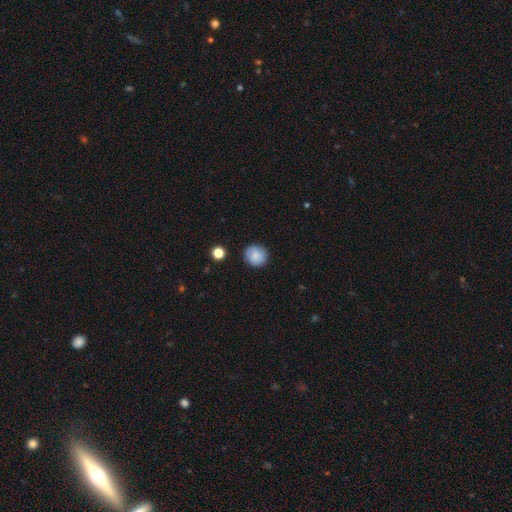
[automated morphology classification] Smooth or featured?
  - smooth: 81% *
  - featured or disk: 11%
  - star or artifact: 8%
How rounded?
  - round: 90% *
  - in between: 9%
  - cigar-shaped: 1%
Merging?
  - none: 86% *
  - minor disturbance: 10%
  - major disturbance: 2%
  - merger: 2%